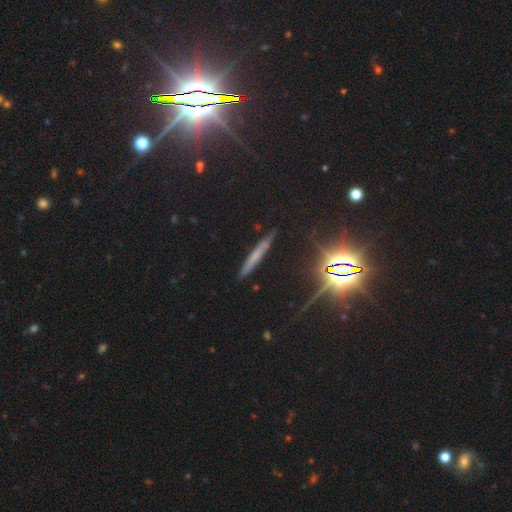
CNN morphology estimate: A smooth galaxy with no disk features (42%). Merging: none (86%).